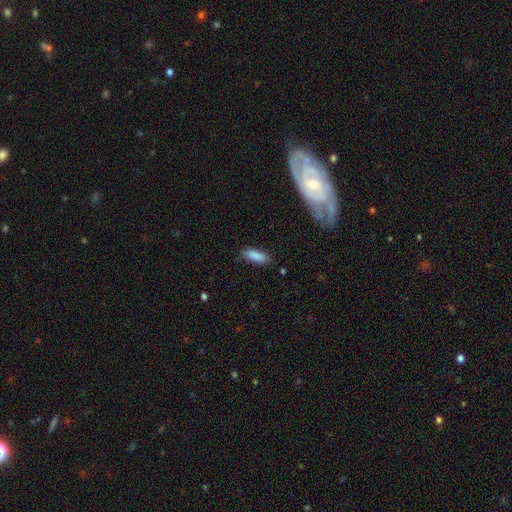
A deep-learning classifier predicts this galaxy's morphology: Q: Smooth or featured?
A: smooth (87%); runner-up: star or artifact (7%)
Q: How rounded?
A: in between (66%); runner-up: cigar-shaped (32%)
Q: Merging?
A: none (81%); runner-up: minor disturbance (14%)